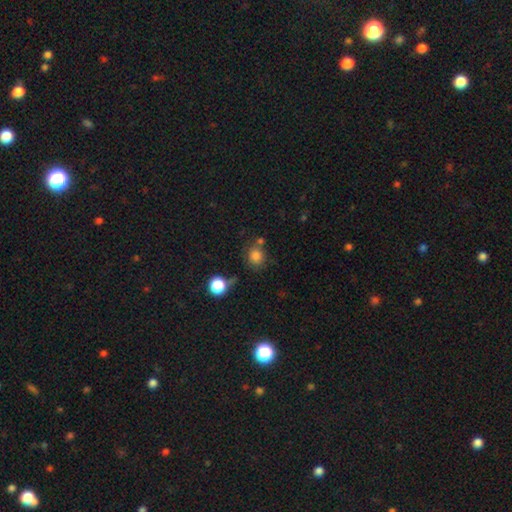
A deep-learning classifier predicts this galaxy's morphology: This is clearly a smooth galaxy (81%). How rounded: clearly round (84%). Merging: likely none (65%).